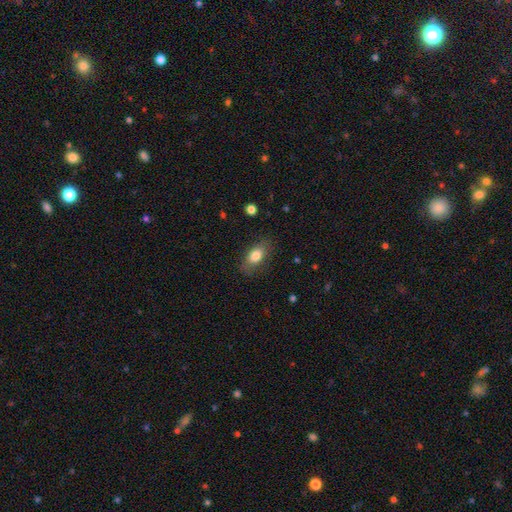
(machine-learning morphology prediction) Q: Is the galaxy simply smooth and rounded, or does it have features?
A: smooth — 80%.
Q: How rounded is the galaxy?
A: in between — 86%.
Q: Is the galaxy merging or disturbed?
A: none — 78%.